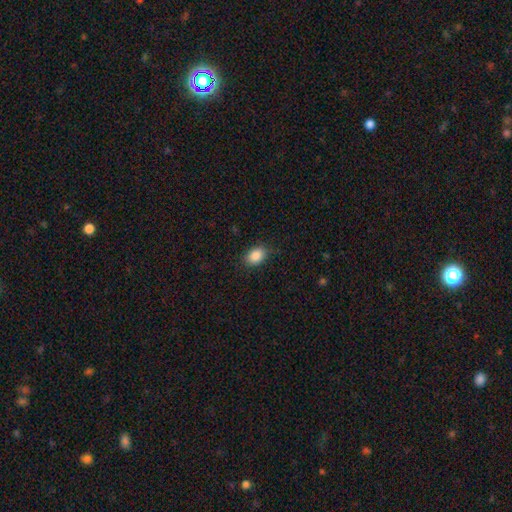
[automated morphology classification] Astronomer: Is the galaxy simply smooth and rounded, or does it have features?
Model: smooth — 87%.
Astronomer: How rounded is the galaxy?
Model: in between — 77%.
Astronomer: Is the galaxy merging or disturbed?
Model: none — 85%.